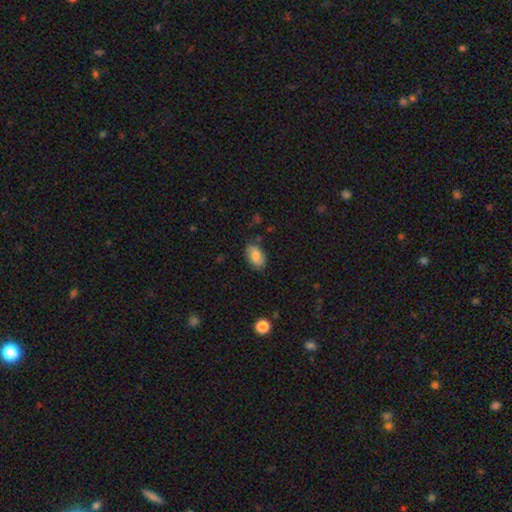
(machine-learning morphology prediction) smooth_or_featured: smooth (p=0.77) [alt: featured or disk p=0.16]
how_rounded: in between (p=0.91) [alt: round p=0.07]
merging: none (p=0.78) [alt: minor disturbance p=0.17]